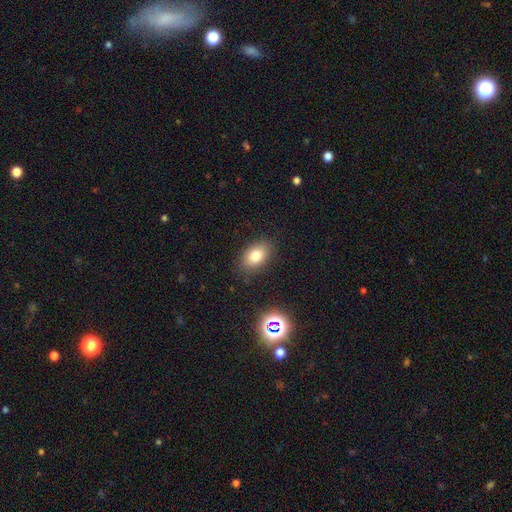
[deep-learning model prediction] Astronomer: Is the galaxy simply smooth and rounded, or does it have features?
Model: smooth — 78%.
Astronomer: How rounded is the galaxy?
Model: in between — 87%.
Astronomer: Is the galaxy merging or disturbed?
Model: none — 85%.